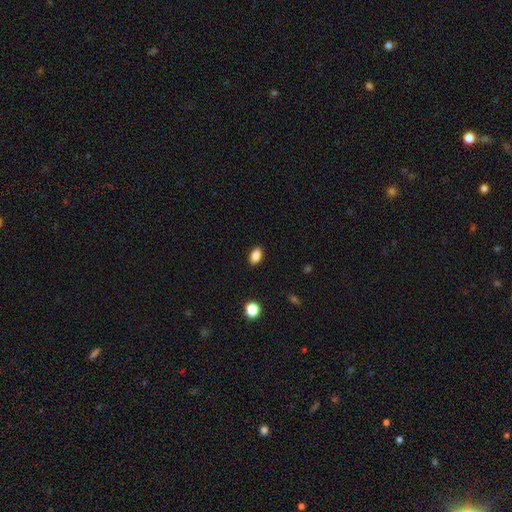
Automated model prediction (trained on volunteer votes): smooth 87%, star or artifact 9%, featured or disk 4%. Down the decision tree: how rounded — in between (88%); merging — none (89%).